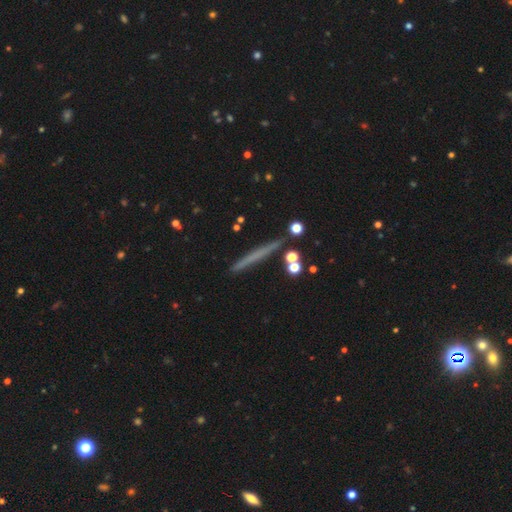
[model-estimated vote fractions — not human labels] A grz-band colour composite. It shows a smooth galaxy with no disk features (48%). Merging: none (85%).